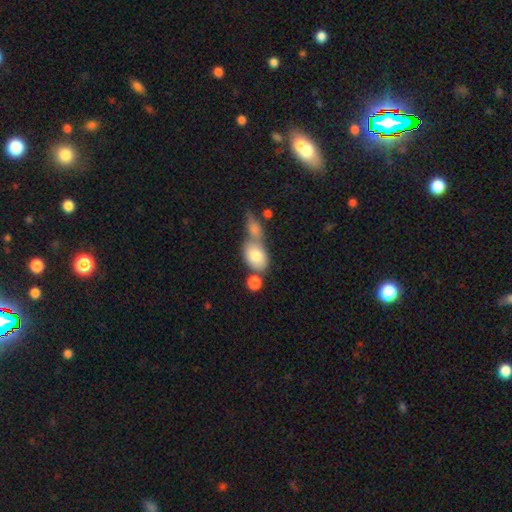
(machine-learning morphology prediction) type=smooth (79%); roundness=in between (82%); merging=merger (50%).